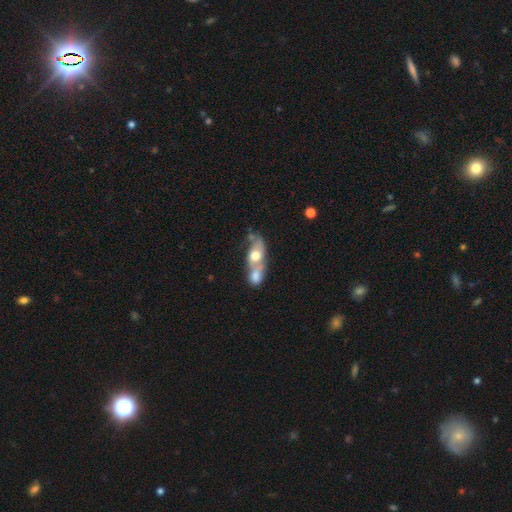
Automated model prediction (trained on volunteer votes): Q: Smooth or featured?
A: smooth (53%); runner-up: featured or disk (40%)
Q: How rounded?
A: in between (69%); runner-up: round (17%)
Q: Merging?
A: merger (69%); runner-up: none (16%)